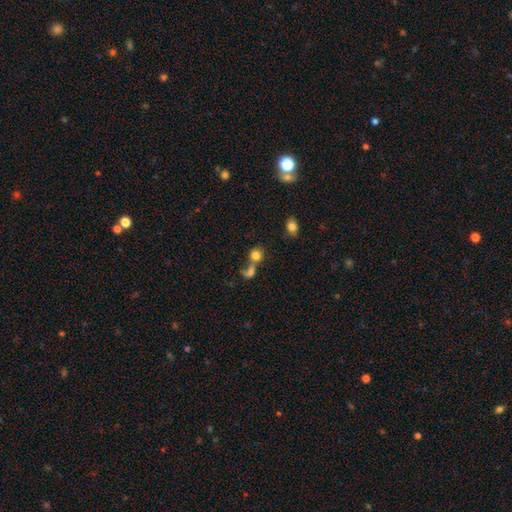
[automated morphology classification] A smooth galaxy with no disk features (78%) that is round (79%). Merging: merger (51%).